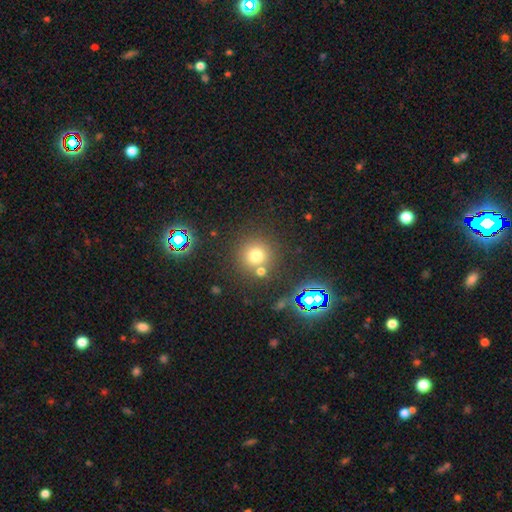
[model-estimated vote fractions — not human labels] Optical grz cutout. It shows a smooth galaxy with no disk features (71%) that is round (93%). Merging: none (72%).